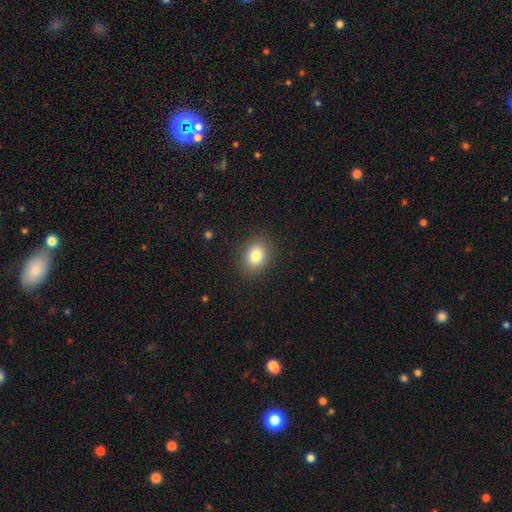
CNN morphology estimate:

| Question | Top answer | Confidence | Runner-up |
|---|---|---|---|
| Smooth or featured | smooth | 82% | star or artifact (10%) |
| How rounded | in between | 54% | round (45%) |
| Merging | none | 88% | minor disturbance (8%) |